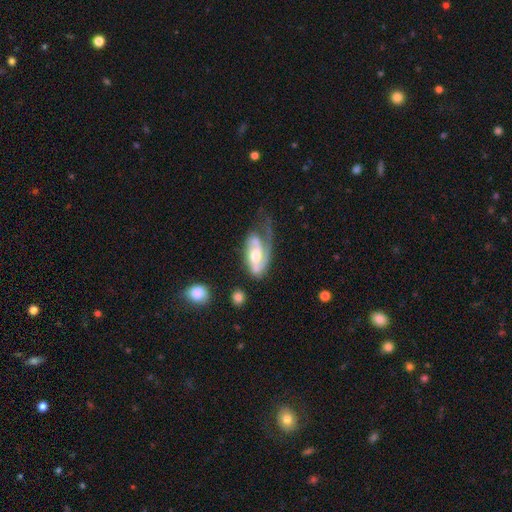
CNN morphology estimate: Q: Smooth or featured?
A: featured or disk (73%); runner-up: smooth (22%)
Q: Edge-on disk?
A: no (92%); runner-up: yes (8%)
Q: Bar?
A: no (52%); runner-up: weak (32%)
Q: Spiral arms?
A: yes (85%); runner-up: no (15%)
Q: Spiral winding?
A: medium (40%); runner-up: tight (31%)
Q: Spiral arm count?
A: 1 (43%); runner-up: 2 (41%)
Q: Bulge size?
A: moderate (66%); runner-up: large (16%)
Q: Merging?
A: major disturbance (39%); runner-up: none (31%)